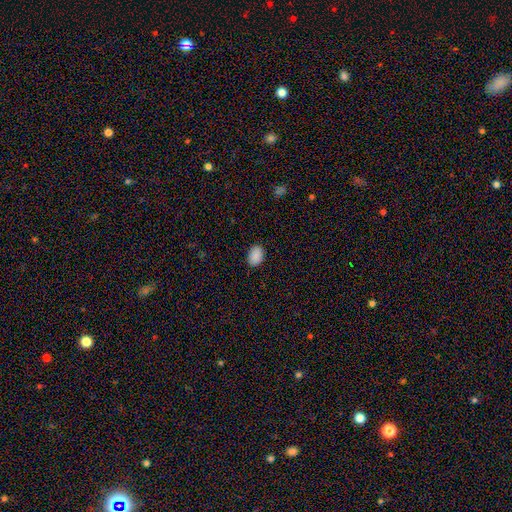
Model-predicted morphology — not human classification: A smooth galaxy with no disk features (89%) that is in between round and cigar-shaped (78%). Merging: none (87%).